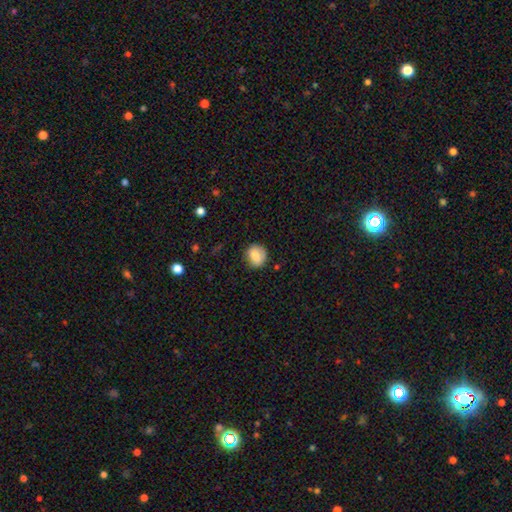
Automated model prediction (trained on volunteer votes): Overall: smooth (81%). How rounded: round (78%). Merging: none (79%).